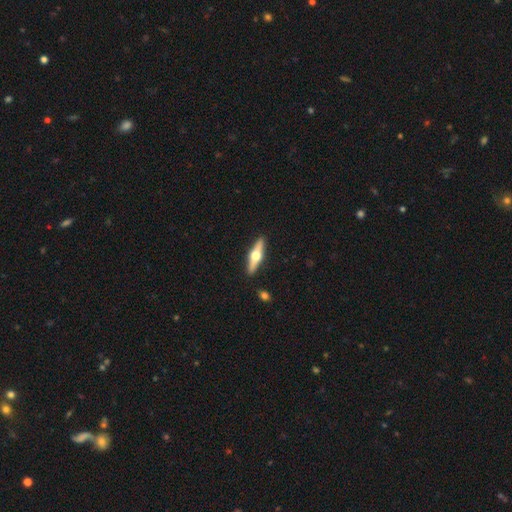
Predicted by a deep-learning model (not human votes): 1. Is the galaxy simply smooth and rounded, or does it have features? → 68% featured or disk, 27% smooth, 5% star or artifact.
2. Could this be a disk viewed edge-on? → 96% yes, 4% no.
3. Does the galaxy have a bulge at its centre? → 96% rounded, 2% boxy, 1% none.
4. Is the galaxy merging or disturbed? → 91% none, 6% minor disturbance, 2% major disturbance, 1% merger.